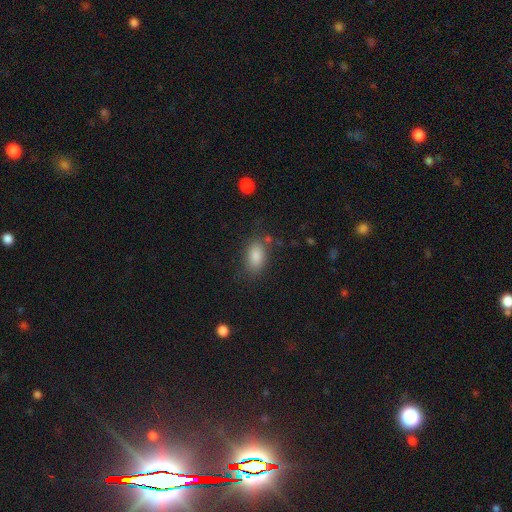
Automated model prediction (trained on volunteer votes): Morphology: type=smooth (84%); roundness=in between (89%); merging=none (77%).